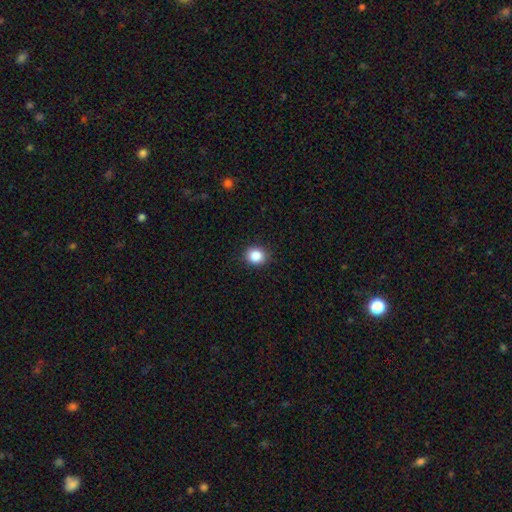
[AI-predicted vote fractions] The model was most divided on "how rounded": round: 80%, in between: 19%, cigar-shaped: 1%. More confident: merging — none (90%); smooth or featured — smooth (87%).